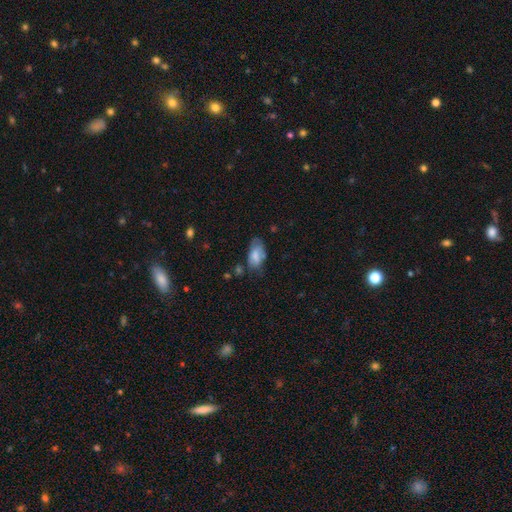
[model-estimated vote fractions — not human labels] Q: Smooth or featured?
A: smooth (73%); runner-up: featured or disk (19%)
Q: How rounded?
A: in between (91%); runner-up: cigar-shaped (5%)
Q: Merging?
A: none (44%); runner-up: minor disturbance (34%)